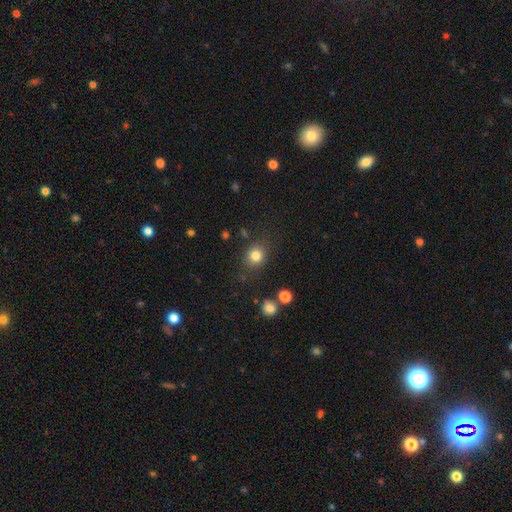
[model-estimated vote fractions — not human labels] Smooth or featured?
  - smooth: 82% *
  - star or artifact: 12%
  - featured or disk: 6%
How rounded?
  - round: 77% *
  - in between: 22%
  - cigar-shaped: 1%
Merging?
  - none: 81% *
  - minor disturbance: 12%
  - major disturbance: 4%
  - merger: 3%